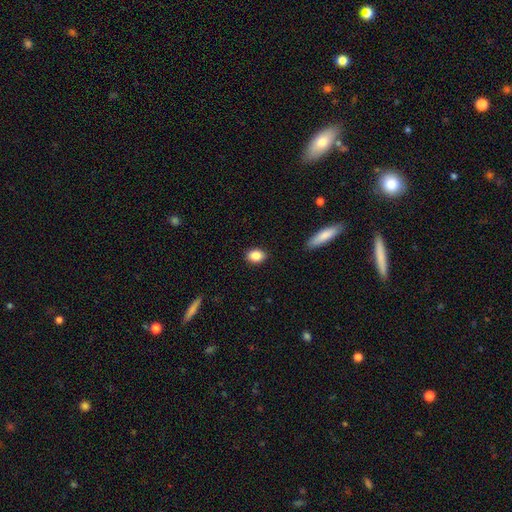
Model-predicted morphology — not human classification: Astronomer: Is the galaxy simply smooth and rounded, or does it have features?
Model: smooth — 87%.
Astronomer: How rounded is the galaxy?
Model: in between — 75%.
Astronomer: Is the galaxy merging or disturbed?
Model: none — 88%.